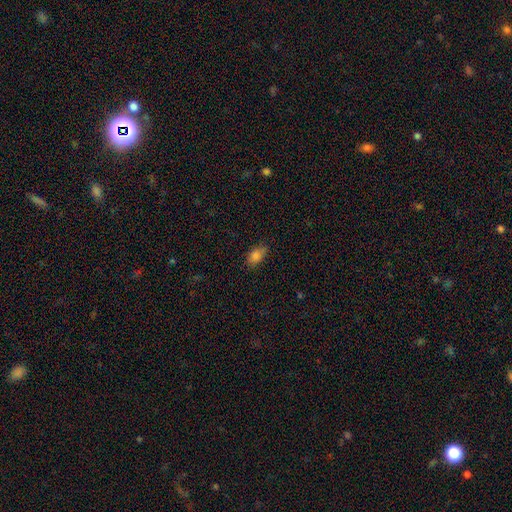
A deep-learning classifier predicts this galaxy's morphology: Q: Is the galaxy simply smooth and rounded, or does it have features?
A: smooth — 82%.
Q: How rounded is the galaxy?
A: in between — 88%.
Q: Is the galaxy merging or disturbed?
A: none — 72%.